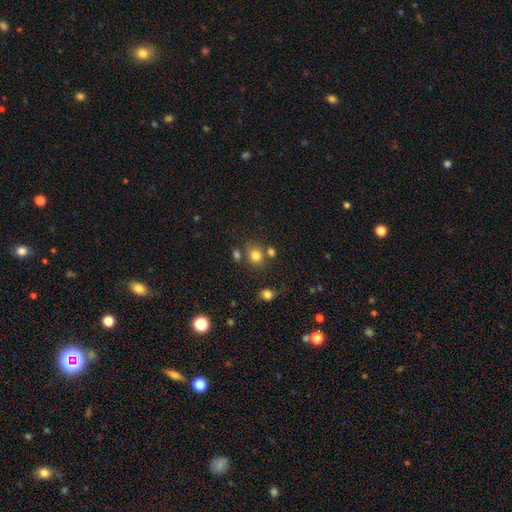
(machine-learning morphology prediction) A smooth galaxy with no disk features (78%) that is round (73%). Merging: none (68%).